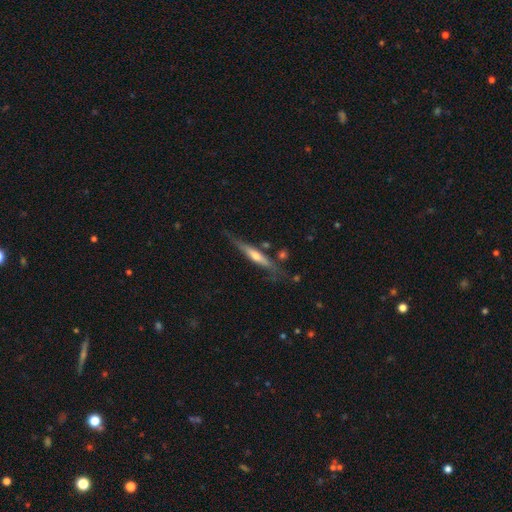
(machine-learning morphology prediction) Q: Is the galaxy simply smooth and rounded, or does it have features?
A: featured or disk — 66%.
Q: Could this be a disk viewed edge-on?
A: yes — 94%.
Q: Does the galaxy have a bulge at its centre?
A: rounded — 70%.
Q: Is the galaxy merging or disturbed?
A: none — 74%.